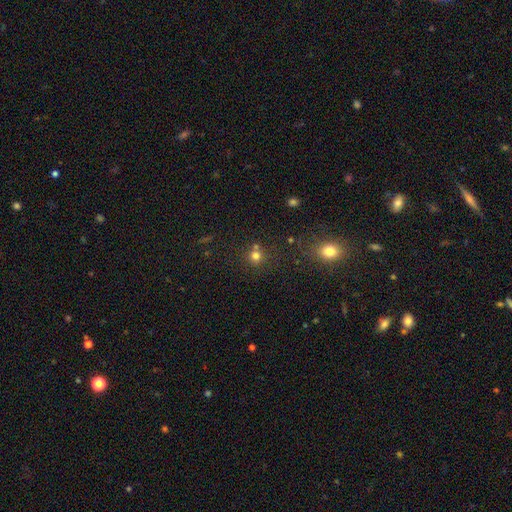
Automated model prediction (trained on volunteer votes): A smooth galaxy with no disk features (72%) that is round (90%). Merging: none (65%).